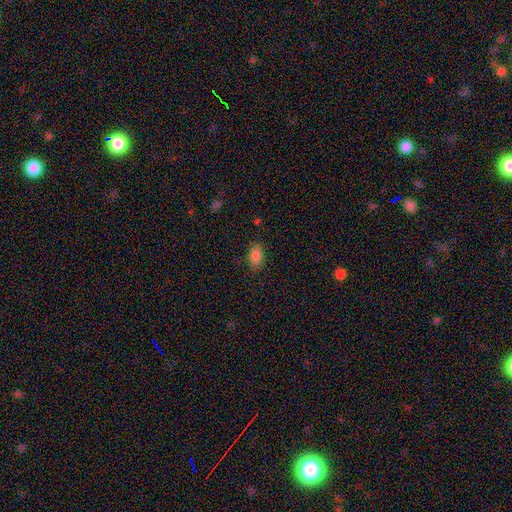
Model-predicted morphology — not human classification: Overall: smooth (85%). How rounded: in between (89%). Merging: none (80%).